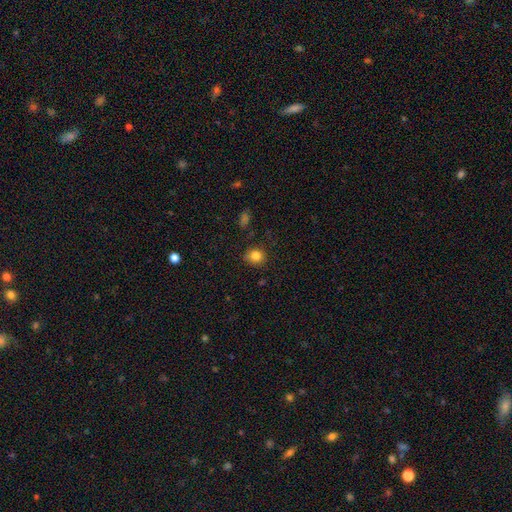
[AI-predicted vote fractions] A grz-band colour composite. It shows a smooth galaxy with no disk features (83%) that is round (79%). Merging: none (80%).